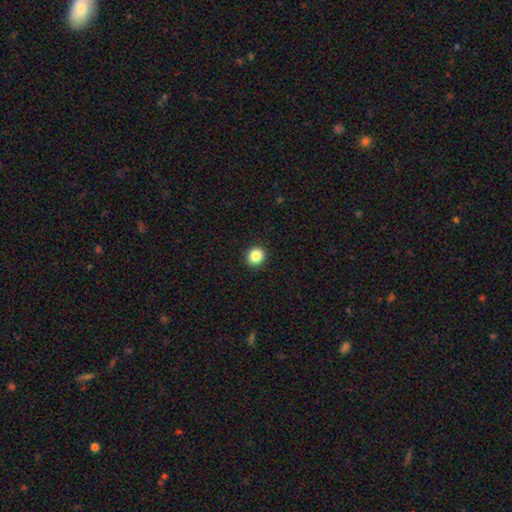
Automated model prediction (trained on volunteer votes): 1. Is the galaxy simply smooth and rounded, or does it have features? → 86% smooth, 10% star or artifact, 4% featured or disk.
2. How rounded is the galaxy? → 87% round, 12% in between, 1% cigar-shaped.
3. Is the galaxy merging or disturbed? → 93% none, 5% minor disturbance, 2% major disturbance, 1% merger.